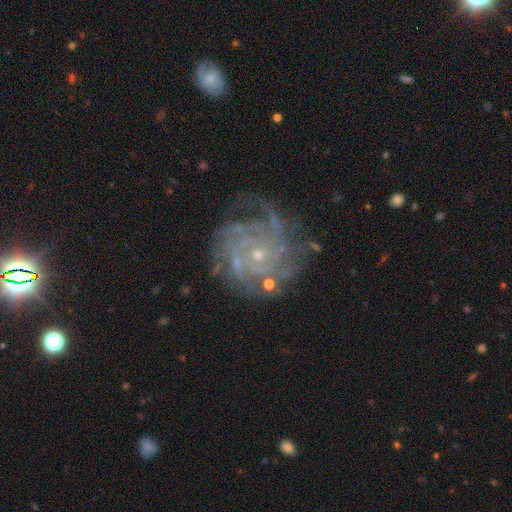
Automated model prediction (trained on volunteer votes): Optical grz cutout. It shows a featured or disk galaxy (85%) with no bar (77%), tight (69%) spiral arms (96%) and a small central bulge (81%). Merging: none (68%).